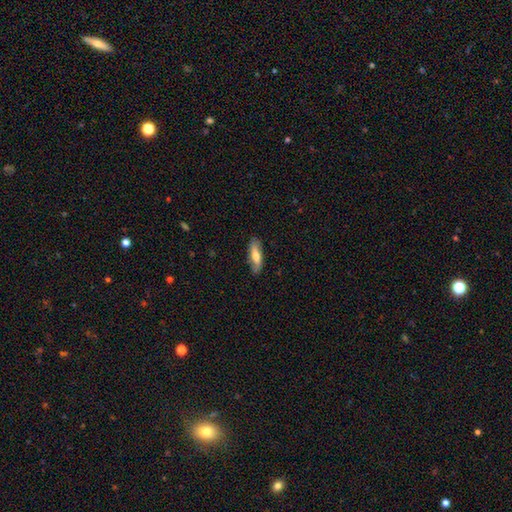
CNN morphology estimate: smooth_or_featured: smooth (p=0.65) [alt: featured or disk p=0.29]
how_rounded: cigar-shaped (p=0.51) [alt: in between p=0.47]
merging: none (p=0.81) [alt: minor disturbance p=0.15]